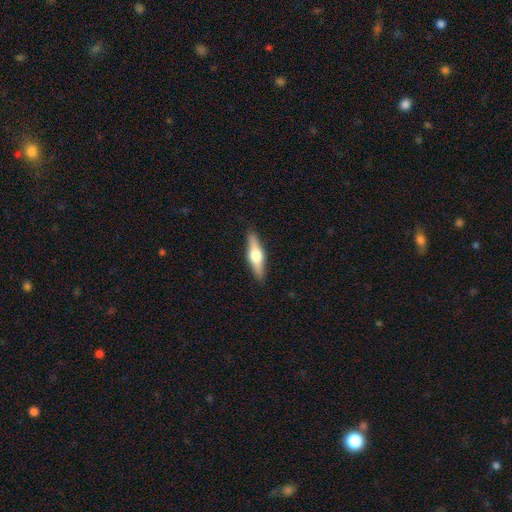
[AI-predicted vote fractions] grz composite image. It shows a featured or disk galaxy (55%) viewed edge-on (95%) with a rounded central bulge (95%). Merging: none (90%).